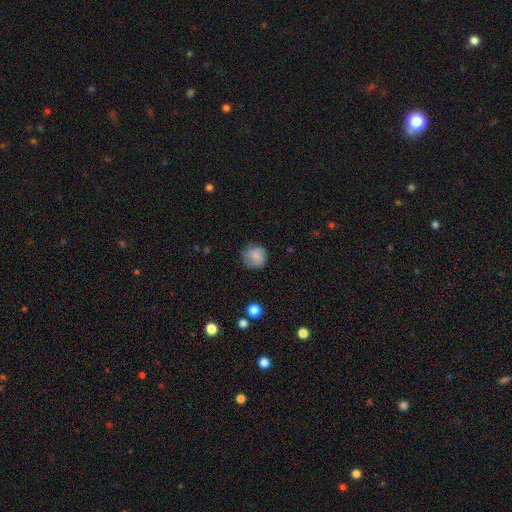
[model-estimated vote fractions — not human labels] smooth 80%, featured or disk 11%, star or artifact 9%. Down the decision tree: how rounded — round (89%); merging — none (75%).